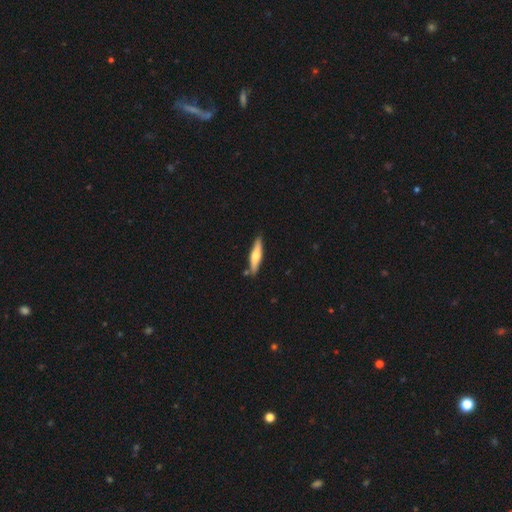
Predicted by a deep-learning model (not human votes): Smooth or featured?
  - smooth: 51% *
  - featured or disk: 44%
  - star or artifact: 5%
How rounded?
  - cigar-shaped: 79% *
  - in between: 19%
  - round: 2%
Merging?
  - none: 84% *
  - minor disturbance: 11%
  - merger: 4%
  - major disturbance: 2%